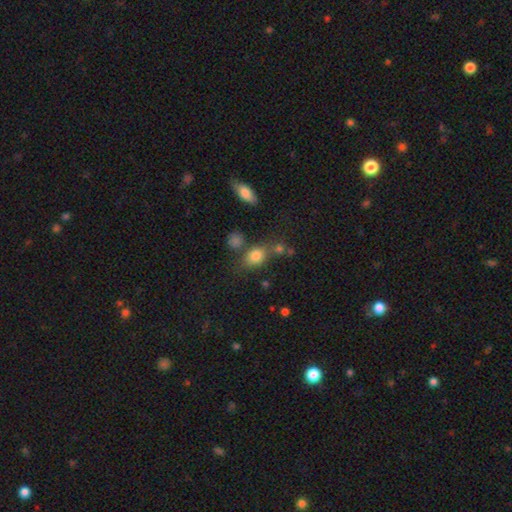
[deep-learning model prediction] smooth_or_featured: smooth (p=0.79) [alt: star or artifact p=0.12]
how_rounded: in between (p=0.62) [alt: round p=0.35]
merging: none (p=0.60) [alt: merger p=0.17]